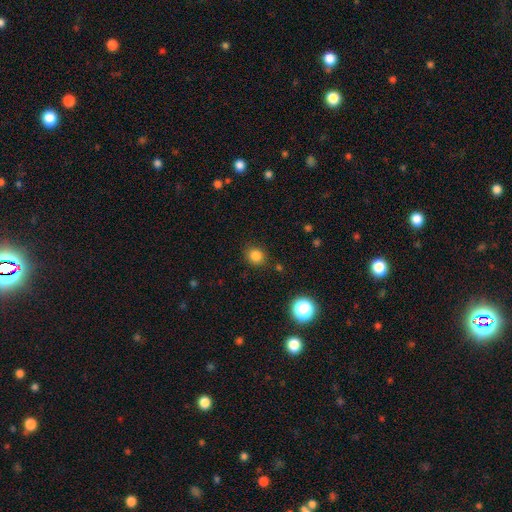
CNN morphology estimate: Q: Smooth or featured?
A: smooth (83%); runner-up: star or artifact (13%)
Q: How rounded?
A: round (77%); runner-up: in between (22%)
Q: Merging?
A: none (86%); runner-up: minor disturbance (9%)